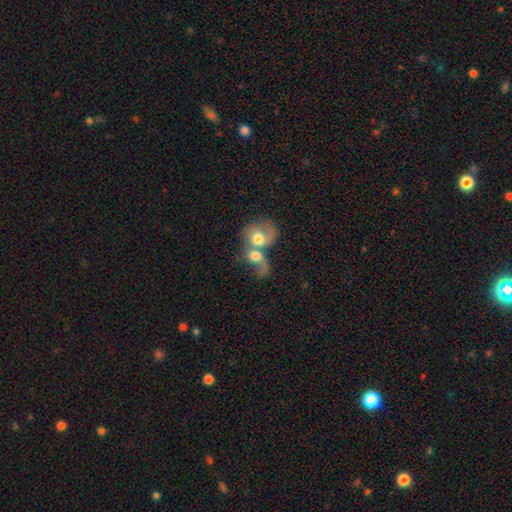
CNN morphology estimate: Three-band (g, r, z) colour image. It shows a smooth galaxy with no disk features (55%) that is round (52%). Merging: merger (78%).